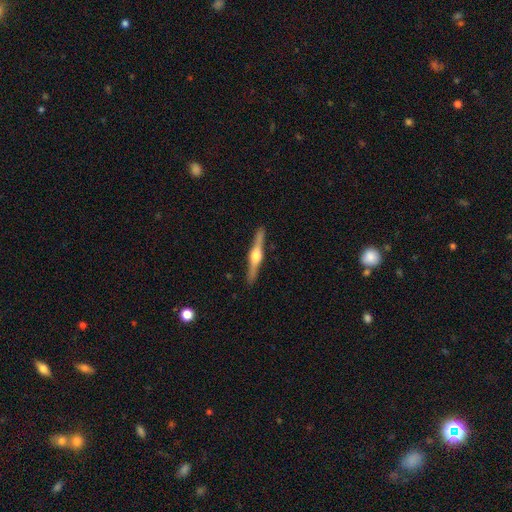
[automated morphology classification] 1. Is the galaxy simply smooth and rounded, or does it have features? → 80% featured or disk, 15% smooth, 5% star or artifact.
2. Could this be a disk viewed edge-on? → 98% yes, 2% no.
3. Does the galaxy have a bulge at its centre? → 95% rounded, 3% boxy, 2% none.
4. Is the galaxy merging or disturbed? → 91% none, 6% minor disturbance, 1% major disturbance, 1% merger.